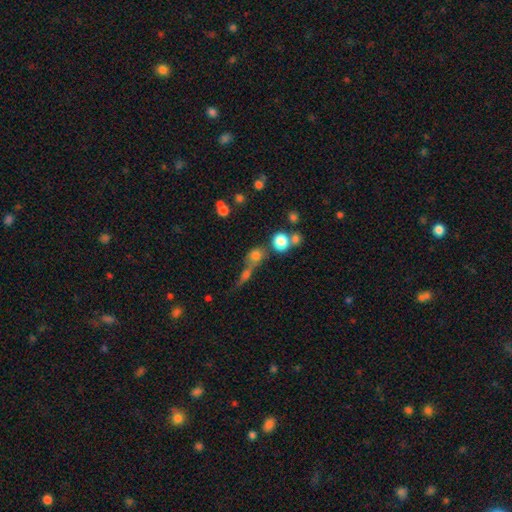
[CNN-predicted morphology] type=smooth (70%); roundness=round (76%); merging=none (46%).